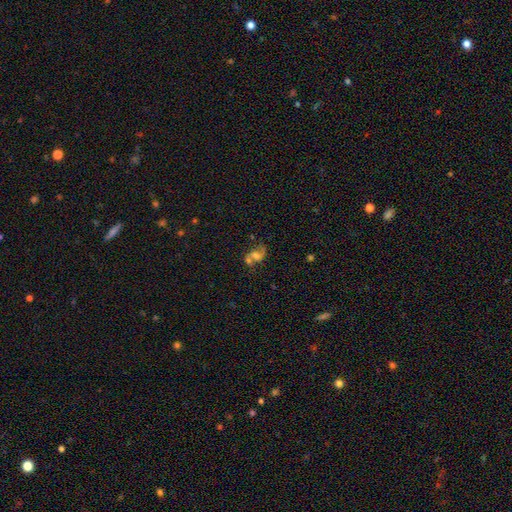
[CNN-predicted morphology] A featured or disk galaxy (56%) with no bar (54%), spiral arms (79%) and a moderate central bulge (36%).

Vote fractions:
- Smooth or featured? featured or disk: 56% / smooth: 28% / star or artifact: 16%
- Edge-on disk? no: 97% / yes: 3%
- Bar? no: 54% / weak: 34% / strong: 11%
- Spiral arms? yes: 79% / no: 21%
- Bulge size? moderate: 36% / large: 25% / small: 19% / none: 15% / dominant: 5%
- Merging? merger: 39% / none: 36% / minor disturbance: 13% / major disturbance: 12%